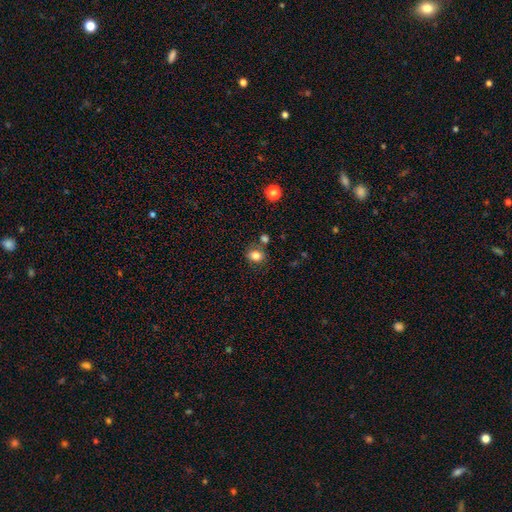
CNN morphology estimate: The model was most divided on "how rounded": in between: 51%, round: 47%, cigar-shaped: 1%. More confident: smooth or featured — smooth (82%); merging — none (69%).